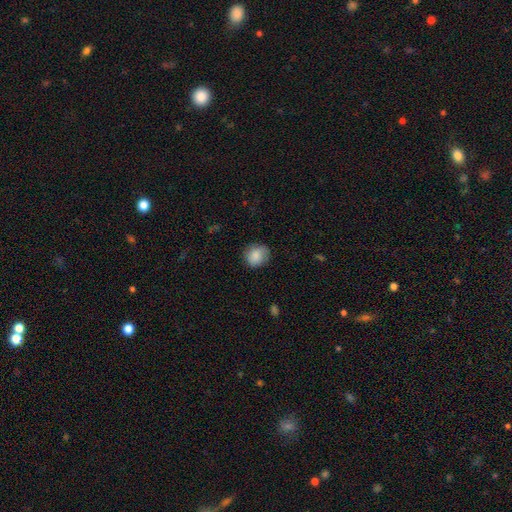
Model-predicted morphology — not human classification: Q: Smooth or featured?
A: smooth (85%); runner-up: star or artifact (8%)
Q: How rounded?
A: round (78%); runner-up: in between (21%)
Q: Merging?
A: none (78%); runner-up: minor disturbance (17%)